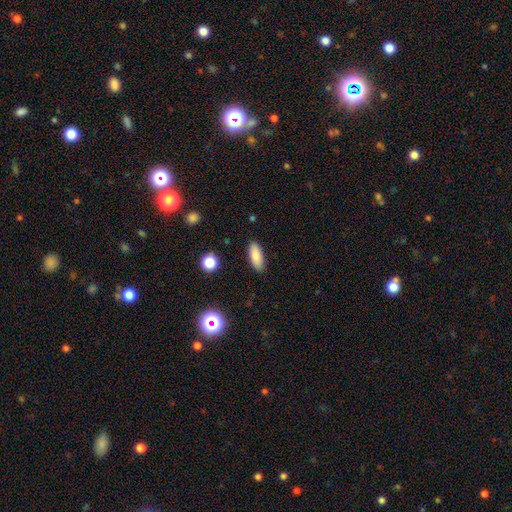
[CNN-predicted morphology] A smooth galaxy with no disk features (83%) that is in between round and cigar-shaped (77%). Merging: none (88%).